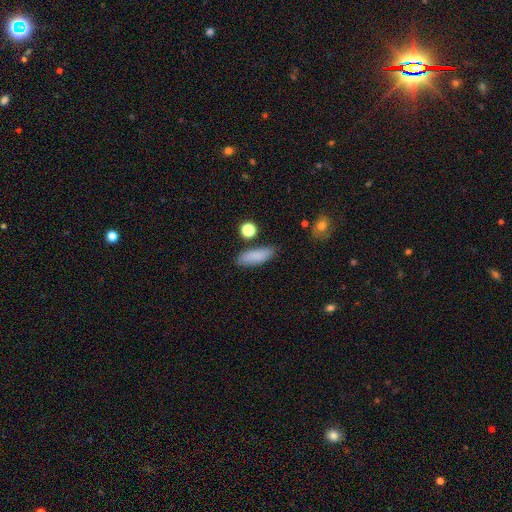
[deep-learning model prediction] The model was most divided on "how rounded": in between: 61%, cigar-shaped: 35%, round: 3%. More confident: smooth or featured — smooth (84%); merging — none (78%).